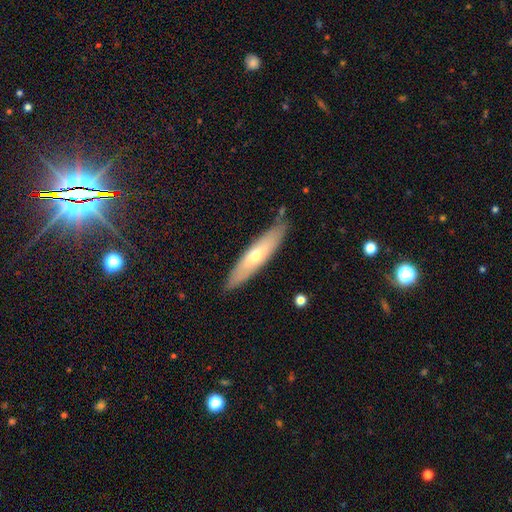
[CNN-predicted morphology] smooth 48%, featured or disk 46%, star or artifact 6%. Down the decision tree: merging — none (85%).